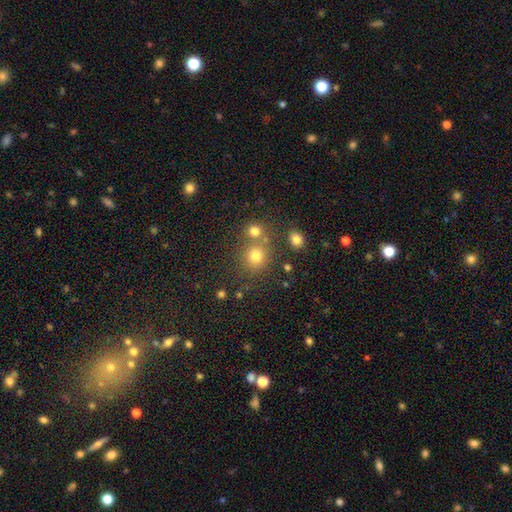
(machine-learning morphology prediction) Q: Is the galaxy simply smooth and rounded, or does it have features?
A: smooth — 74%.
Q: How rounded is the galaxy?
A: round — 86%.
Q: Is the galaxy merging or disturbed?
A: none — 65%.